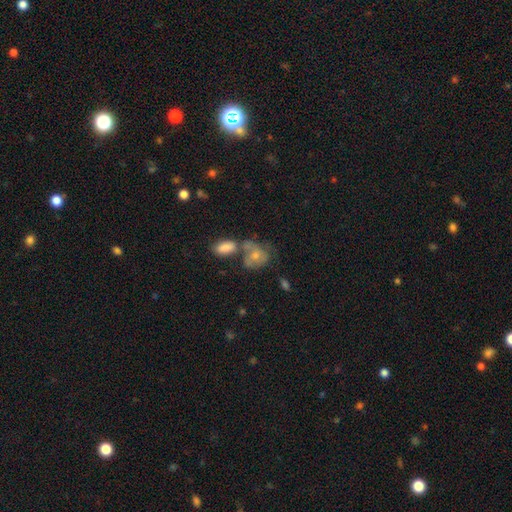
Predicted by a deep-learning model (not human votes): Morphology: type=smooth (65%); roundness=in between (68%); merging=merger (41%).